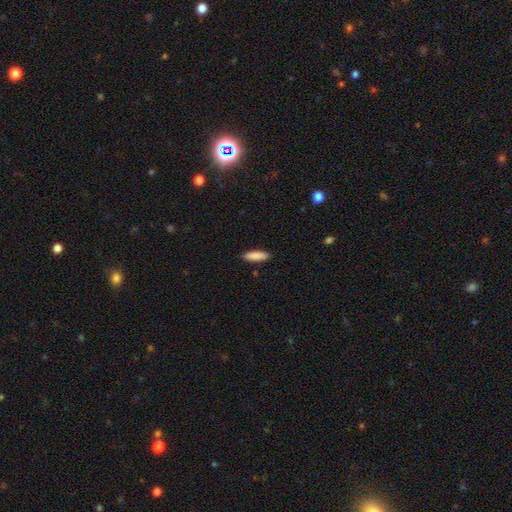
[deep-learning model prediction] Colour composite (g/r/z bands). It shows a smooth galaxy with no disk features (88%) that is cigar-shaped (54%). Merging: none (89%).